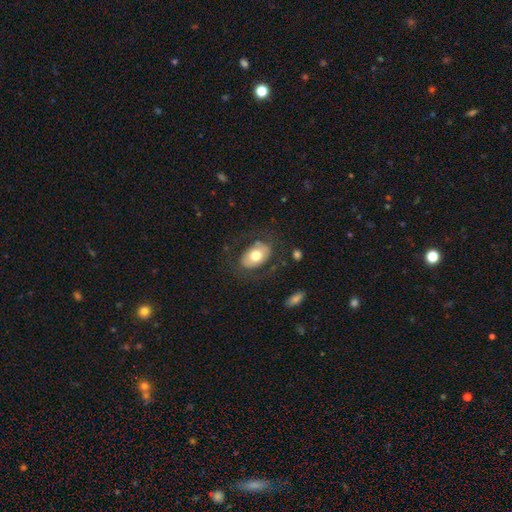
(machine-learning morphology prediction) Smooth or featured? Predicted: smooth (p=0.64). How rounded? Predicted: in between (p=0.86). Merging? Predicted: none (p=0.72).